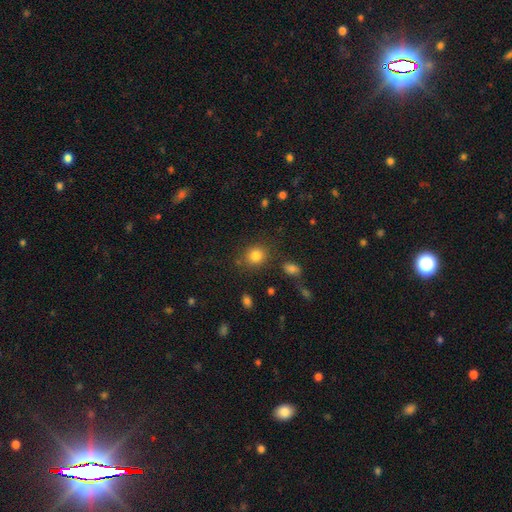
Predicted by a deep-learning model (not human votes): Overall: smooth (82%). How rounded: round (75%). Merging: none (79%).